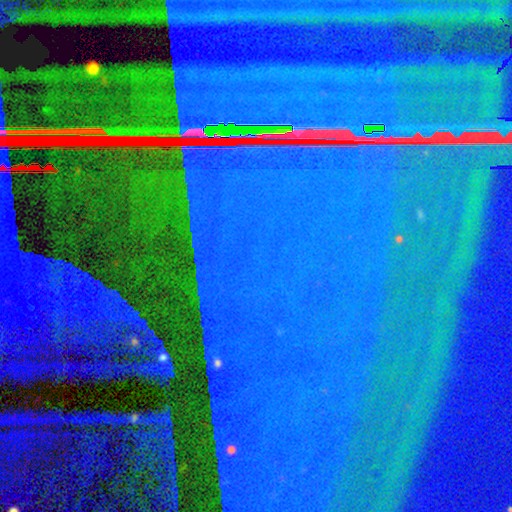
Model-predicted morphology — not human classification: Q: Smooth or featured?
A: star or artifact (89%); runner-up: featured or disk (6%)